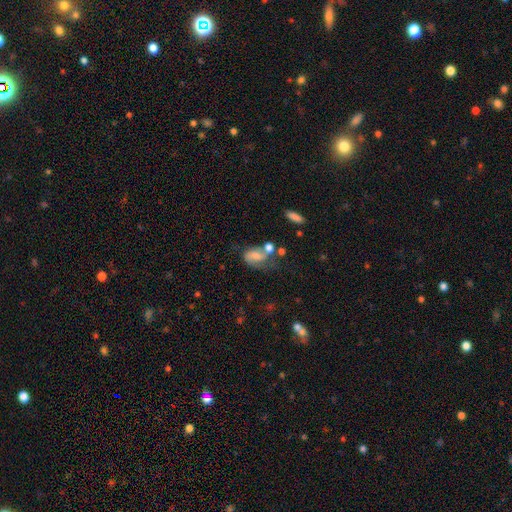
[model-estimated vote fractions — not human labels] smooth 46%, featured or disk 43%, star or artifact 11%. Down the decision tree: merging — none (30%).